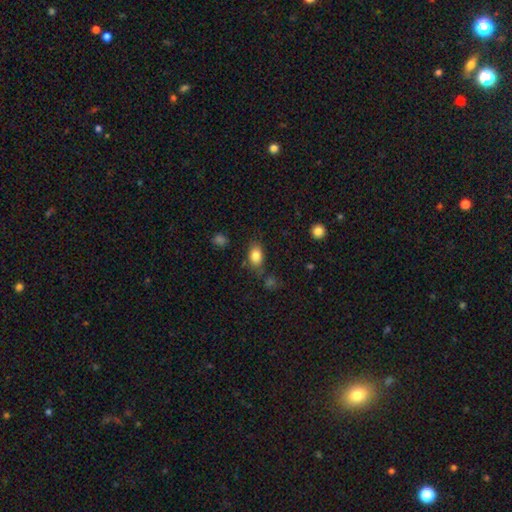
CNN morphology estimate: This is clearly a smooth galaxy (83%). How rounded: clearly in between (83%). Merging: likely none (75%).